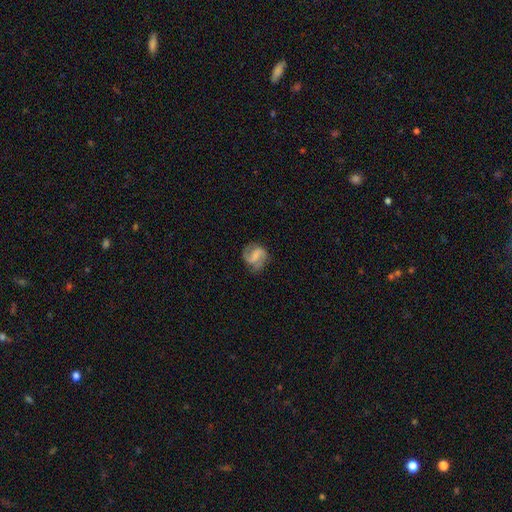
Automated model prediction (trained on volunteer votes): smooth_or_featured: featured or disk (p=0.69) [alt: smooth p=0.24]
disk_edge_on: no (p=0.98) [alt: yes p=0.02]
bar: weak (p=0.46) [alt: strong p=0.33]
has_spiral_arms: yes (p=0.91) [alt: no p=0.09]
spiral_winding: medium (p=0.45) [alt: loose p=0.37]
spiral_arm_count: 2 (p=0.82) [alt: can't tell p=0.07]
bulge_size: none (p=0.40) [alt: small p=0.34]
merging: none (p=0.67) [alt: minor disturbance p=0.20]